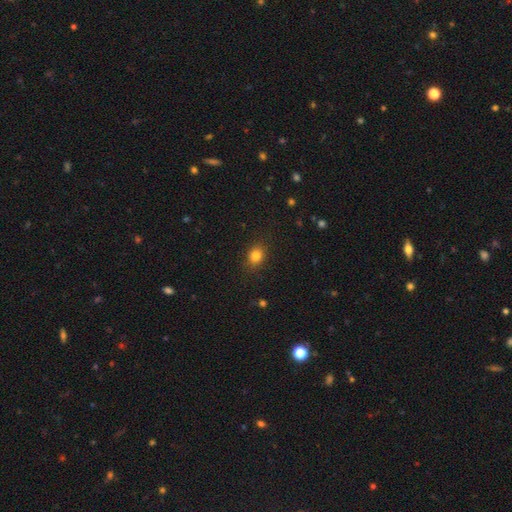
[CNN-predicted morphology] The model was most divided on "how rounded": round: 56%, in between: 43%, cigar-shaped: 1%. More confident: merging — none (86%); smooth or featured — smooth (83%).